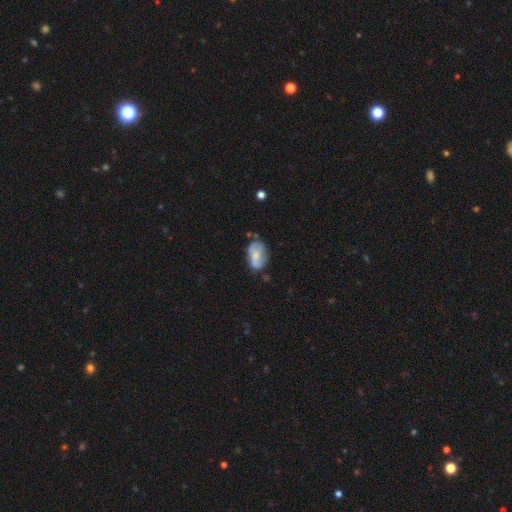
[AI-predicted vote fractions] Smooth or featured? Predicted: smooth (p=0.51). How rounded? Predicted: in between (p=0.88). Merging? Predicted: none (p=0.53).